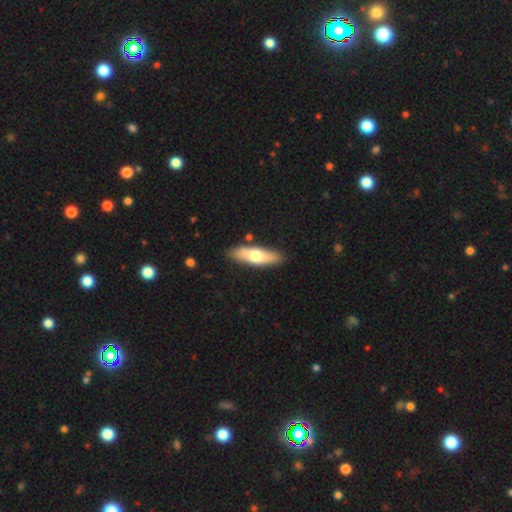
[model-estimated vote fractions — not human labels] smooth 60%, featured or disk 35%, star or artifact 5%. Down the decision tree: how rounded — cigar-shaped (55%); merging — none (85%).